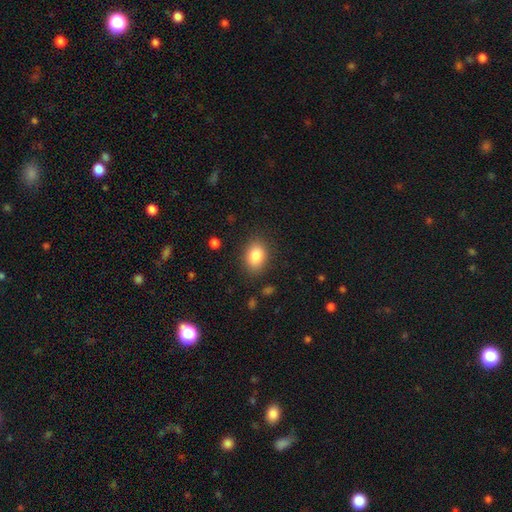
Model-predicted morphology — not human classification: The model was most divided on "how rounded": in between: 74%, round: 25%, cigar-shaped: 1%. More confident: merging — none (85%); smooth or featured — smooth (84%).